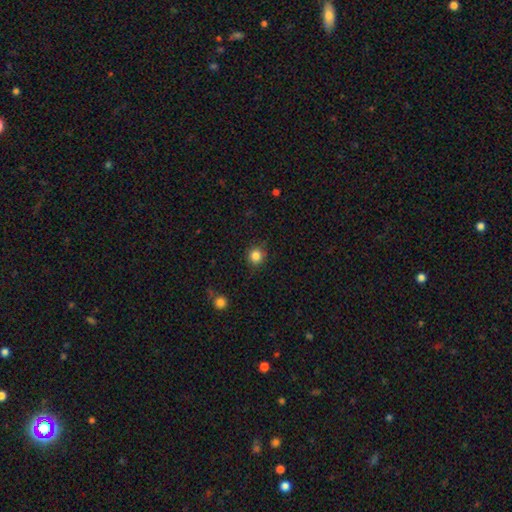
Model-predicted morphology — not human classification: Smooth or featured? smooth (84%)
How rounded? round (91%)
Merging? none (86%)